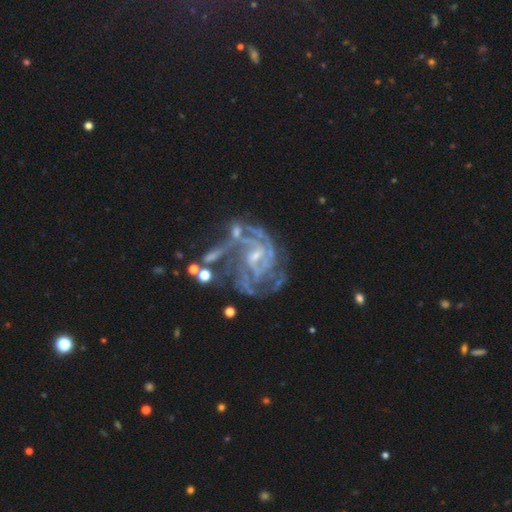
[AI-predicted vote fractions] This appears to be a featured or disk galaxy (88%) with a weak bar (48%), tight (54%) spiral arms (95%) and a small central bulge (66%). Merging: none (39%).